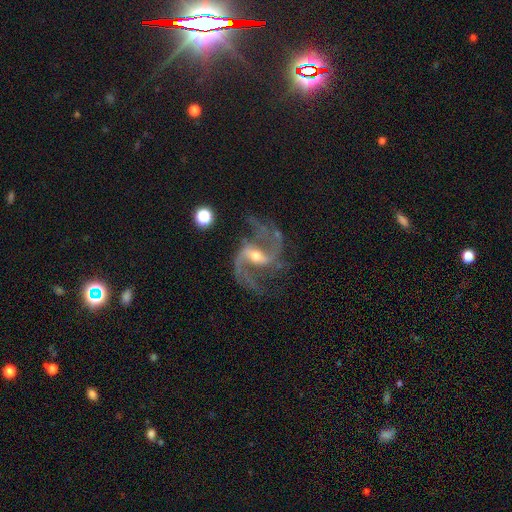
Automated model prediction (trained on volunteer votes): Smooth or featured? Predicted: featured or disk (p=0.92). Edge-on disk? Predicted: no (p=0.98). Bar? Predicted: weak (p=0.44). Spiral arms? Predicted: yes (p=0.98). Spiral winding? Predicted: loose (p=0.60). Spiral arm count? Predicted: 2 (p=0.83). Bulge size? Predicted: moderate (p=0.49). Merging? Predicted: none (p=0.66).